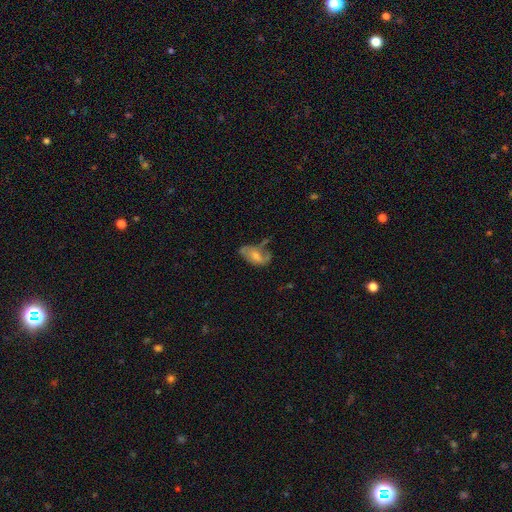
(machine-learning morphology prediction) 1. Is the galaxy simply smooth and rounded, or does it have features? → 50% featured or disk, 39% smooth, 11% star or artifact.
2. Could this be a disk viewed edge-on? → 92% no, 8% yes.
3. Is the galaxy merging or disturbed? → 42% none, 28% minor disturbance, 22% major disturbance, 7% merger.